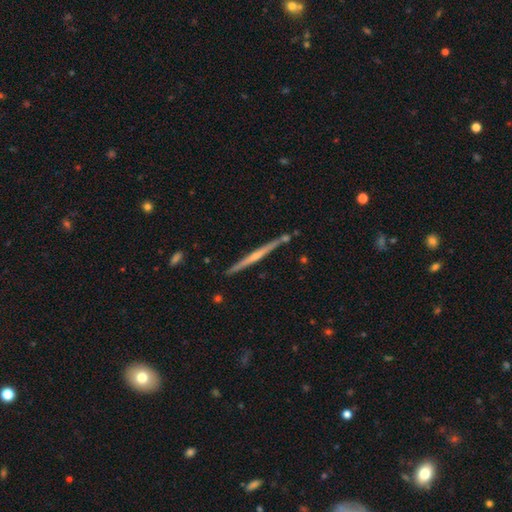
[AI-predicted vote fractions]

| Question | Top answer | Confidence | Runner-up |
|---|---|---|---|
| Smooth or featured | featured or disk | 73% | smooth (22%) |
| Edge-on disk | yes | 98% | no (2%) |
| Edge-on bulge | rounded | 54% | none (40%) |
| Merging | none | 87% | minor disturbance (8%) |